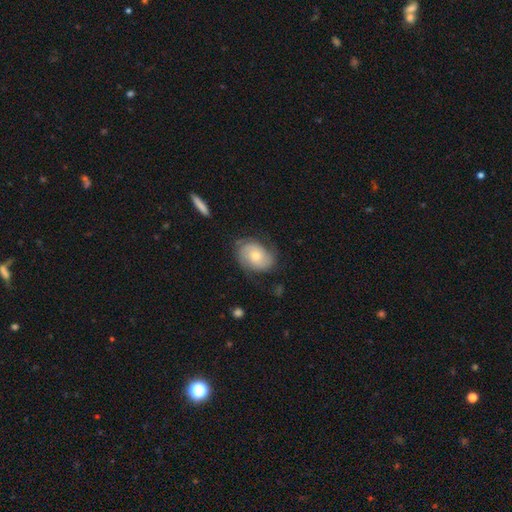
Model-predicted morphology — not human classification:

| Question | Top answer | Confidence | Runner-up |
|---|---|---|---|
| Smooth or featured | featured or disk | 61% | smooth (32%) |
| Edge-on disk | no | 97% | yes (3%) |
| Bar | no | 72% | weak (24%) |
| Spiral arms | yes | 88% | no (12%) |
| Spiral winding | tight | 46% | medium (39%) |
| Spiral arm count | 2 | 69% | can't tell (18%) |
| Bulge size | moderate | 57% | small (36%) |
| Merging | none | 69% | minor disturbance (21%) |